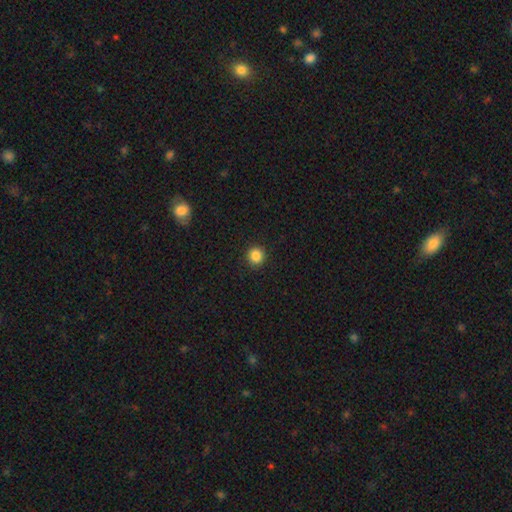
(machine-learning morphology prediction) Overall: smooth (86%). How rounded: round (93%). Merging: none (93%).